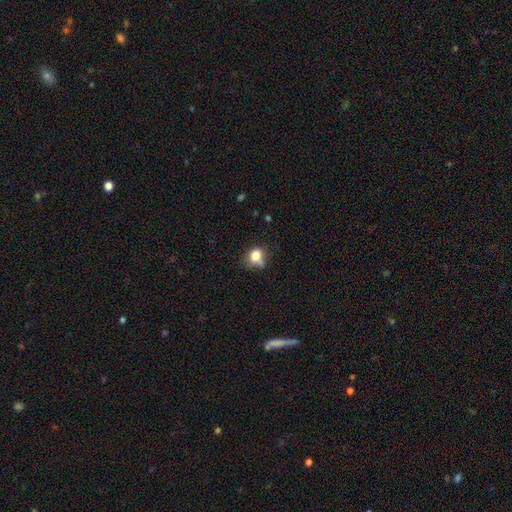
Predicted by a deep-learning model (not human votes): The model was most divided on "how rounded": in between: 51%, round: 48%, cigar-shaped: 1%. Remaining: smooth or featured — smooth (77%); merging — none (45%).